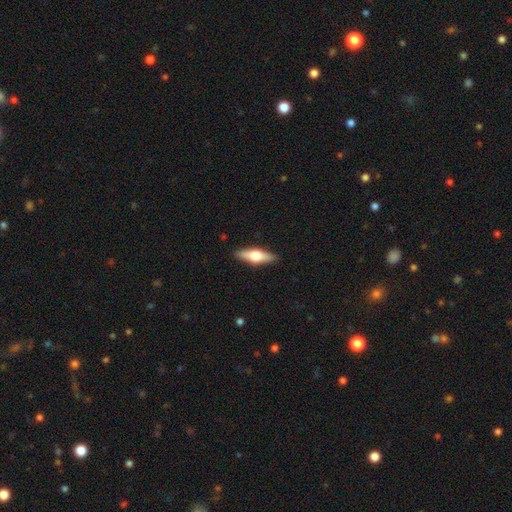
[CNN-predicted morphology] Q: Smooth or featured?
A: featured or disk (51%); runner-up: smooth (44%)
Q: Edge-on disk?
A: yes (93%); runner-up: no (7%)
Q: Merging?
A: none (90%); runner-up: minor disturbance (8%)